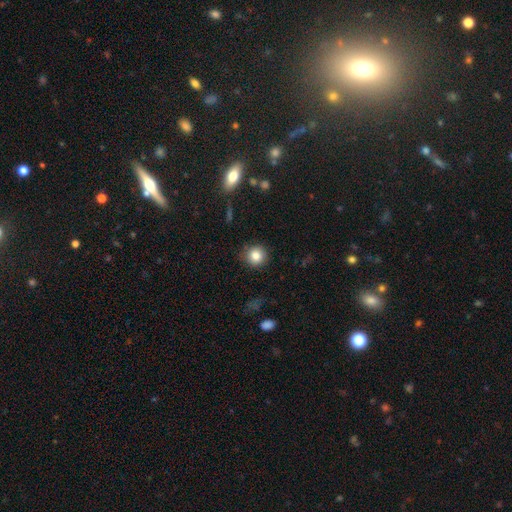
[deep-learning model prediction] A smooth galaxy with no disk features (83%) that is round (92%).

Vote fractions:
- Smooth or featured? smooth: 83% / star or artifact: 10% / featured or disk: 6%
- How rounded? round: 92% / in between: 7% / cigar-shaped: 1%
- Merging? none: 88% / minor disturbance: 8% / major disturbance: 2% / merger: 1%